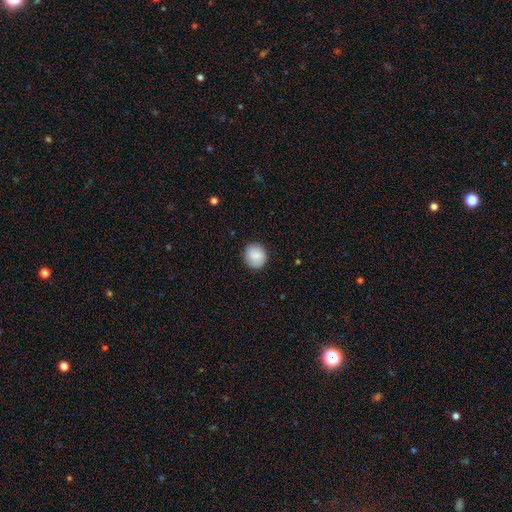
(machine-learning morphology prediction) A smooth galaxy with no disk features (84%) that is round (89%). Merging: none (89%).